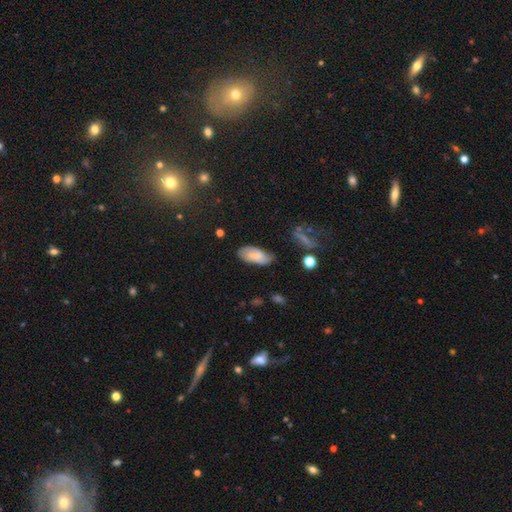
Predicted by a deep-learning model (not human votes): Smooth or featured: smooth — 58% (featured or disk — 34%)
How rounded: in between — 88% (cigar-shaped — 10%)
Merging: none — 70% (minor disturbance — 22%)